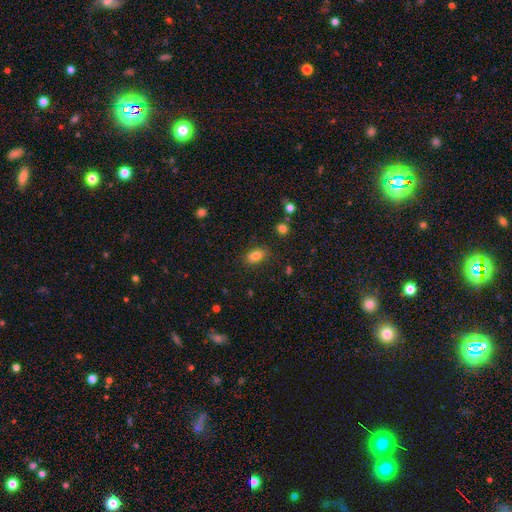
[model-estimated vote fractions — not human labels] Overall: smooth (82%). How rounded: in between (85%). Merging: none (82%).